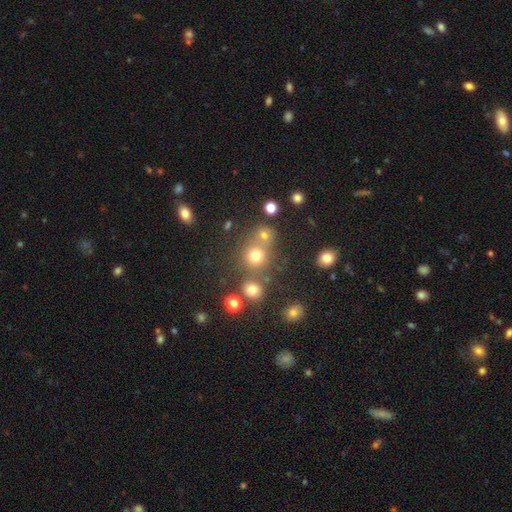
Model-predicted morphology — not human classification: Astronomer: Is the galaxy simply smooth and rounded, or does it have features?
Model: smooth — 73%.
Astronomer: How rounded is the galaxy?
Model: round — 87%.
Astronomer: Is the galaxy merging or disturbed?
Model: none — 61%.